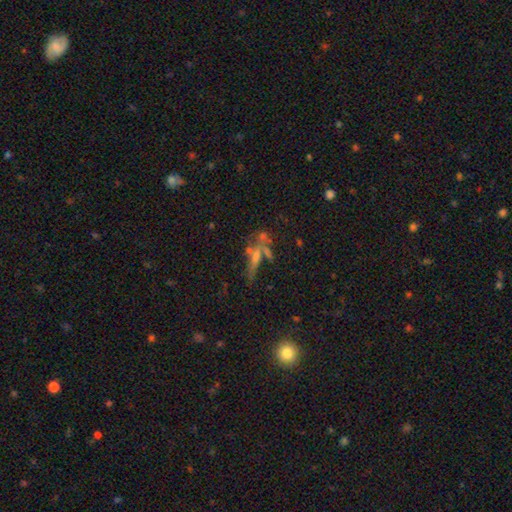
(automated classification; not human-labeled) A featured or disk galaxy (43%).

Vote fractions:
- Smooth or featured? featured or disk: 43% / smooth: 30% / star or artifact: 27%
- Merging? none: 46% / merger: 23% / major disturbance: 16% / minor disturbance: 15%